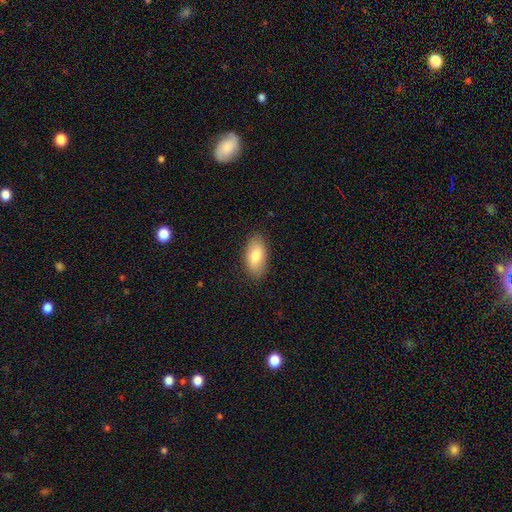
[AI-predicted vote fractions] smooth_or_featured: smooth (p=0.80) [alt: featured or disk p=0.14]
how_rounded: in between (p=0.93) [alt: cigar-shaped p=0.04]
merging: none (p=0.86) [alt: minor disturbance p=0.11]